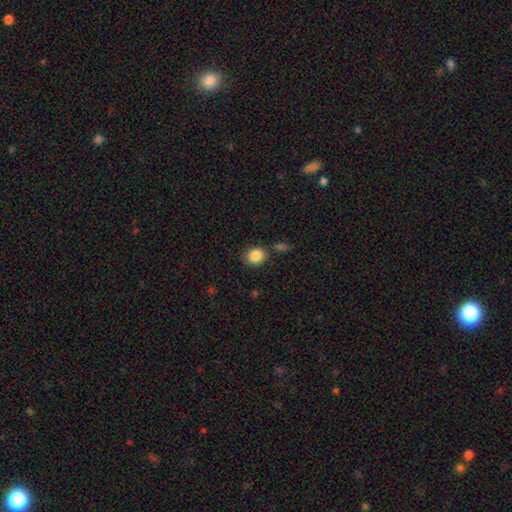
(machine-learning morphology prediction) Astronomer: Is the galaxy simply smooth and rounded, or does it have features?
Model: smooth — 86%.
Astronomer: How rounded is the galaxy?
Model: round — 66%.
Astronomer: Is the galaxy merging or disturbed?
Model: none — 79%.